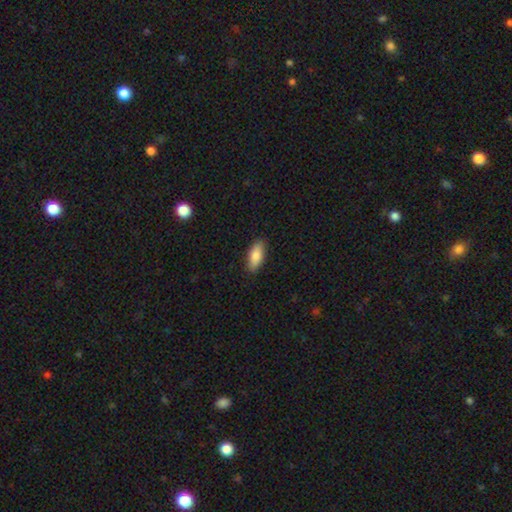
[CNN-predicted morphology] Smooth or featured? Predicted: smooth (p=0.83). How rounded? Predicted: in between (p=0.76). Merging? Predicted: none (p=0.87).